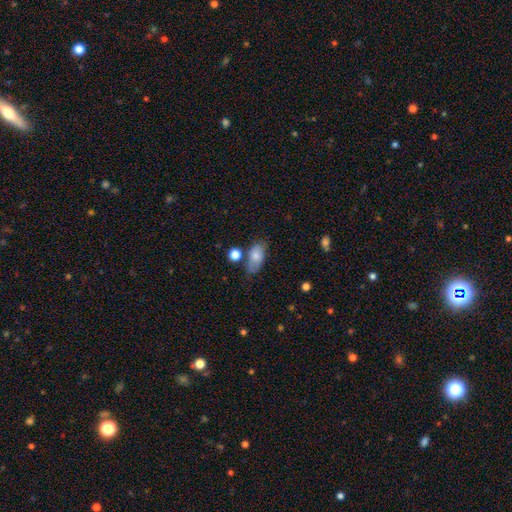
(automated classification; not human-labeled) smooth-or-featured: smooth: 73% | featured or disk: 19% | star or artifact: 8%
  how-rounded: in between: 90% | round: 6% | cigar-shaped: 4%
  merging: none: 51% | minor disturbance: 28% | major disturbance: 11% | merger: 9%